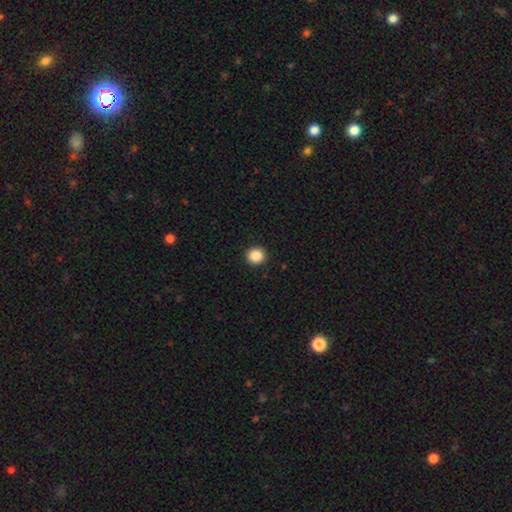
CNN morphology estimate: smooth-or-featured: smooth: 87% | star or artifact: 10% | featured or disk: 3%
  how-rounded: round: 94% | in between: 5% | cigar-shaped: 1%
  merging: none: 93% | minor disturbance: 4% | major disturbance: 1% | merger: 1%